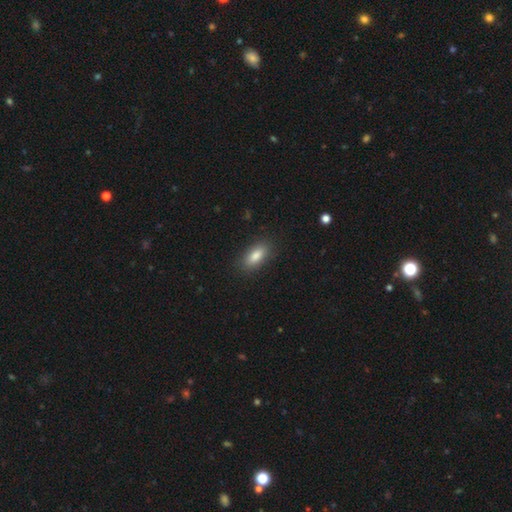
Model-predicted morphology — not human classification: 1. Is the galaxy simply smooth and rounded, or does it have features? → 84% smooth, 8% featured or disk, 8% star or artifact.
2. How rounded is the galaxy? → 83% in between, 13% cigar-shaped, 4% round.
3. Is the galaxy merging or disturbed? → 86% none, 10% minor disturbance, 3% major disturbance, 1% merger.